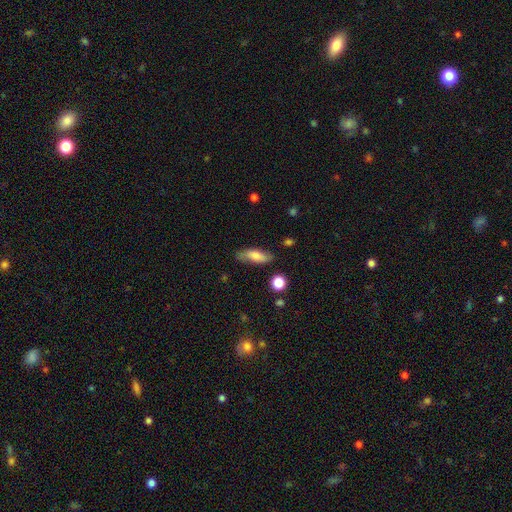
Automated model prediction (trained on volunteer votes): Smooth or featured: smooth — 71% (featured or disk — 21%)
How rounded: in between — 70% (cigar-shaped — 27%)
Merging: none — 73% (minor disturbance — 19%)